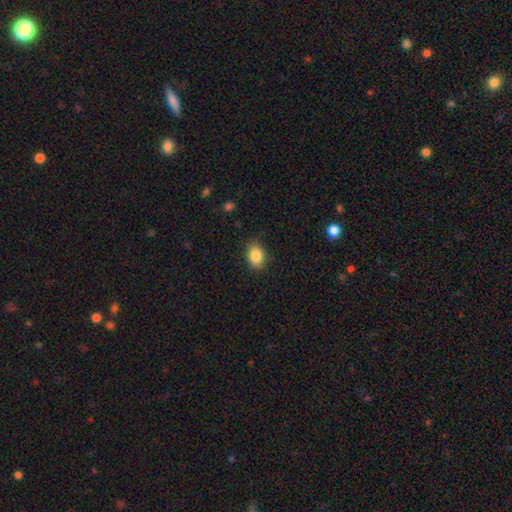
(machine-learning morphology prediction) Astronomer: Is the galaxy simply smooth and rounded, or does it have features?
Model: smooth — 87%.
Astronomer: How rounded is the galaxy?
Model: in between — 78%.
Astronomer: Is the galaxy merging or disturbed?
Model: none — 85%.